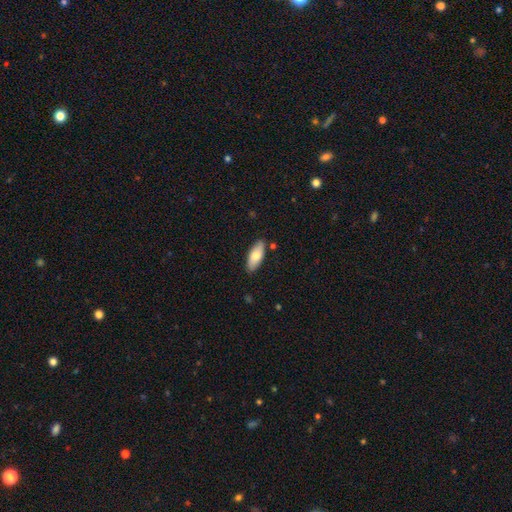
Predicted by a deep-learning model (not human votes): Smooth or featured?
  - smooth: 74% *
  - featured or disk: 21%
  - star or artifact: 6%
How rounded?
  - in between: 81% *
  - cigar-shaped: 17%
  - round: 2%
Merging?
  - none: 86% *
  - minor disturbance: 11%
  - merger: 2%
  - major disturbance: 2%